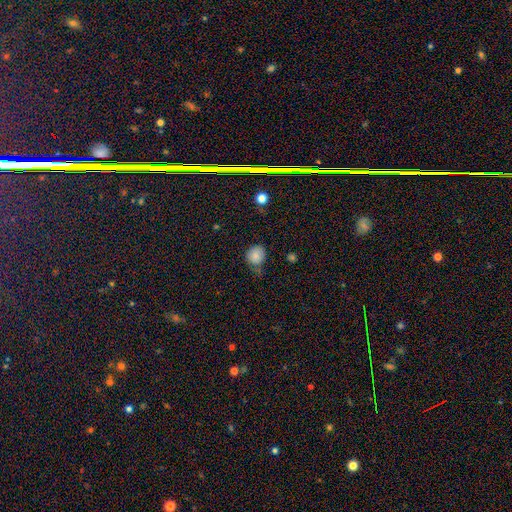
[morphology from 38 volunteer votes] This appears to be a smooth galaxy with no disk features (87%) that is round (94%). Merging: none (57%).